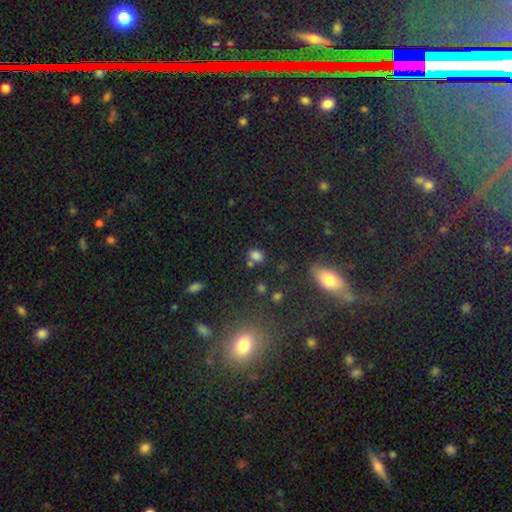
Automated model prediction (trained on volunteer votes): This is likely a smooth galaxy (75%). How rounded: possibly in between (56%). Merging: likely none (64%).